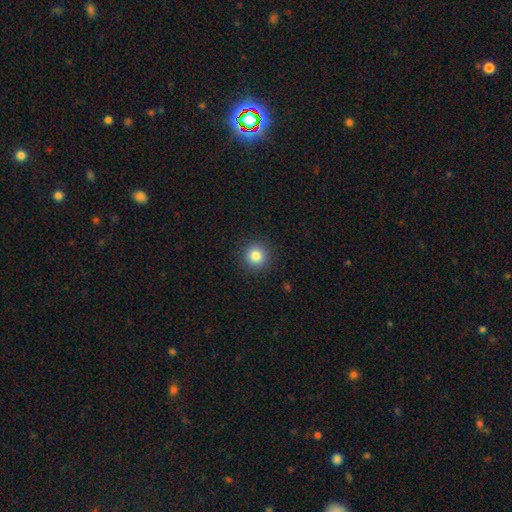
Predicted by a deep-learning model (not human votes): Q: Smooth or featured?
A: smooth (83%); runner-up: star or artifact (11%)
Q: How rounded?
A: round (95%); runner-up: in between (4%)
Q: Merging?
A: none (91%); runner-up: minor disturbance (6%)